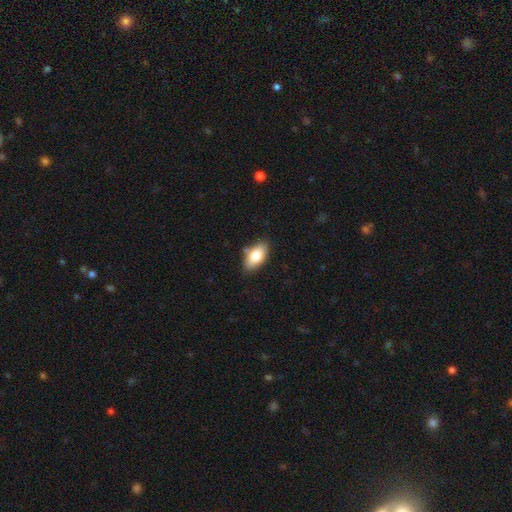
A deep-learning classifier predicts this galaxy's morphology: The model was most divided on "smooth or featured": smooth: 79%, featured or disk: 14%, star or artifact: 7%. More confident: how rounded — in between (91%); merging — none (80%).